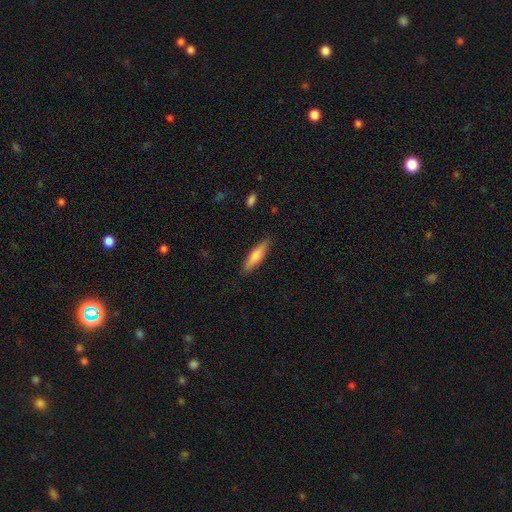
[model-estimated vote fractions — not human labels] Overall: smooth (73%). How rounded: cigar-shaped (74%). Merging: none (87%).